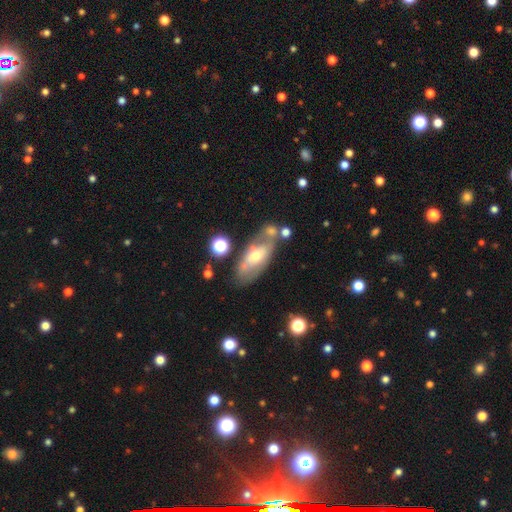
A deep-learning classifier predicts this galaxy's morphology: smooth-or-featured: featured or disk: 55% | smooth: 38% | star or artifact: 8%
  disk-edge-on: no: 79% | yes: 21%
  merging: none: 56% | minor disturbance: 20% | merger: 15% | major disturbance: 9%